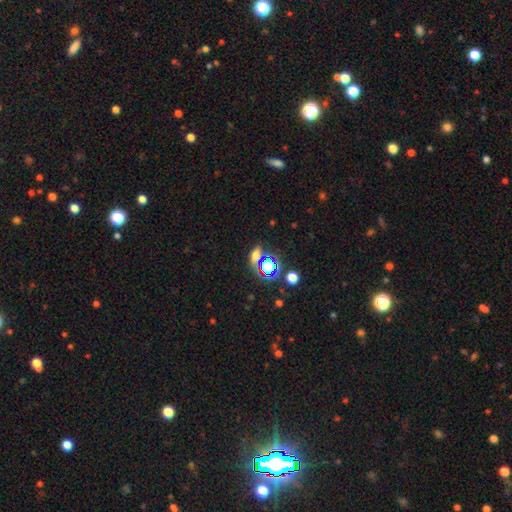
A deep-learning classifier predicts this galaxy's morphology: smooth_or_featured: smooth (p=0.51) [alt: star or artifact p=0.34]
how_rounded: in between (p=0.59) [alt: round p=0.27]
merging: none (p=0.73) [alt: minor disturbance p=0.11]